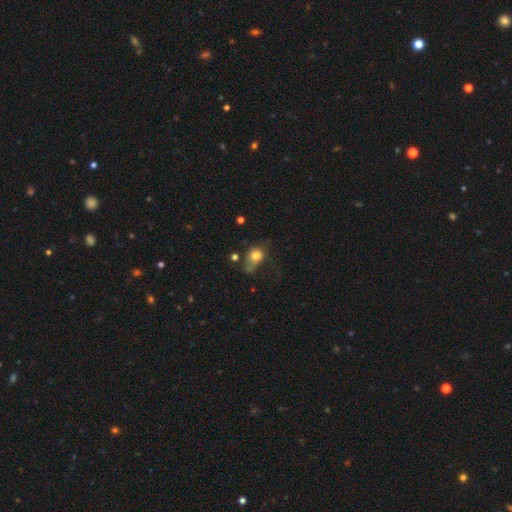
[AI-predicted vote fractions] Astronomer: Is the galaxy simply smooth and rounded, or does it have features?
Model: smooth — 74%.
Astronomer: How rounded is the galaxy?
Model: in between — 51% (runner-up: round, 47%).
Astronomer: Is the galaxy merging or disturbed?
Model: major disturbance — 34% (runner-up: minor disturbance, 30%).